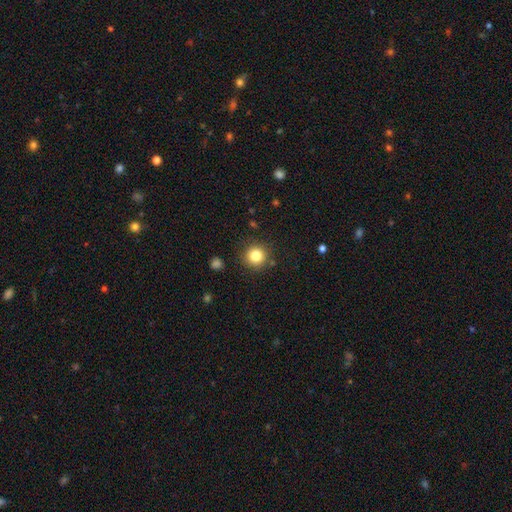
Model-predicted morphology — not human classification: Smooth or featured? Predicted: smooth (p=0.82). How rounded? Predicted: round (p=0.94). Merging? Predicted: none (p=0.88).